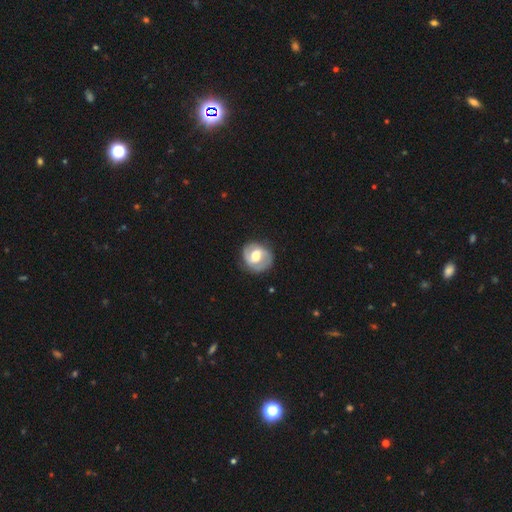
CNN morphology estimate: A featured or disk galaxy (69%) with a weak bar (48%), 2 (84%) tight (43%) spiral arms (85%) and a moderate central bulge (49%).

Vote fractions:
- Smooth or featured? featured or disk: 69% / smooth: 25% / star or artifact: 6%
- Edge-on disk? no: 97% / yes: 3%
- Bar? weak: 48% / no: 34% / strong: 18%
- Spiral arms? yes: 85% / no: 15%
- Spiral winding? tight: 43% / medium: 41% / loose: 15%
- Spiral arm count? 2: 84% / can't tell: 8% / 1: 5% / 3: 2% / 4: 1% / more than 4: 1%
- Bulge size? moderate: 49% / large: 37% / small: 9% / dominant: 3% / none: 2%
- Merging? none: 80% / minor disturbance: 14% / major disturbance: 5% / merger: 1%